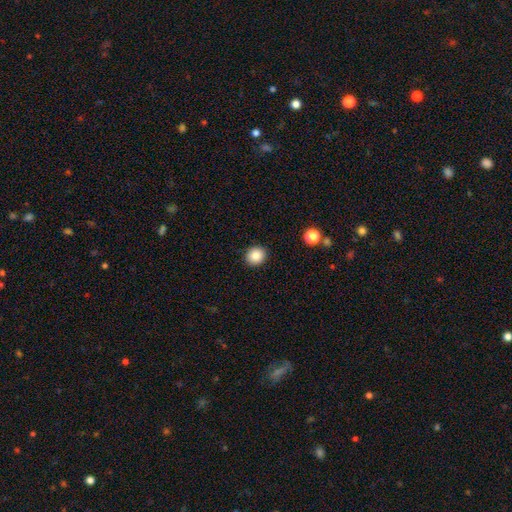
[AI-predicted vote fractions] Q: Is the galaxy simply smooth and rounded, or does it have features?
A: smooth — 86%.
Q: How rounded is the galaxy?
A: round — 83%.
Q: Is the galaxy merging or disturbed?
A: none — 91%.